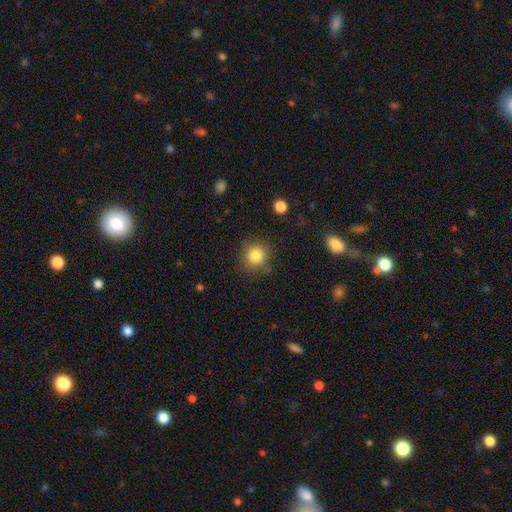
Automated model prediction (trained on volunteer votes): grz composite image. It shows a smooth galaxy with no disk features (83%) that is round (89%). Merging: none (83%).